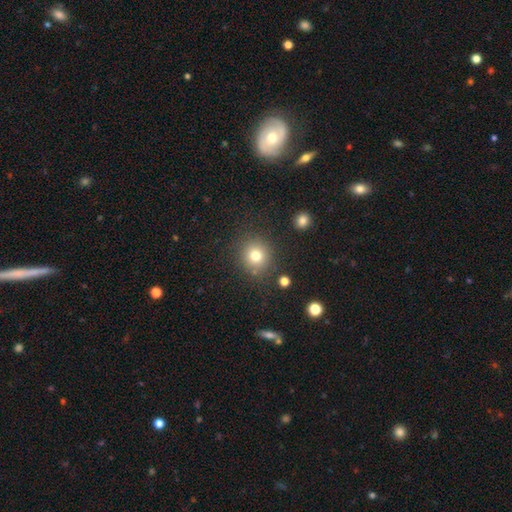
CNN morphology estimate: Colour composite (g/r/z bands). It shows a smooth galaxy with no disk features (78%) that is round (88%). Merging: none (84%).